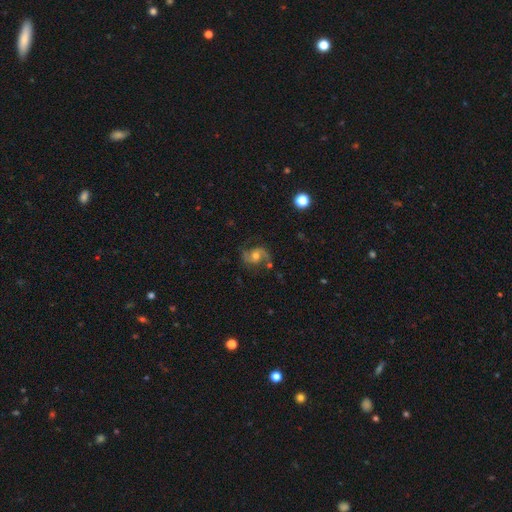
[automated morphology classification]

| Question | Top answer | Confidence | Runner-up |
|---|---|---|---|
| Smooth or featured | featured or disk | 79% | smooth (12%) |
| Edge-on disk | no | 97% | yes (3%) |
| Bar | no | 59% | weak (32%) |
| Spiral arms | yes | 95% | no (5%) |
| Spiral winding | medium | 45% | loose (43%) |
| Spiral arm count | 2 | 90% | 1 (3%) |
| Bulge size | moderate | 66% | small (23%) |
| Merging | none | 70% | minor disturbance (17%) |